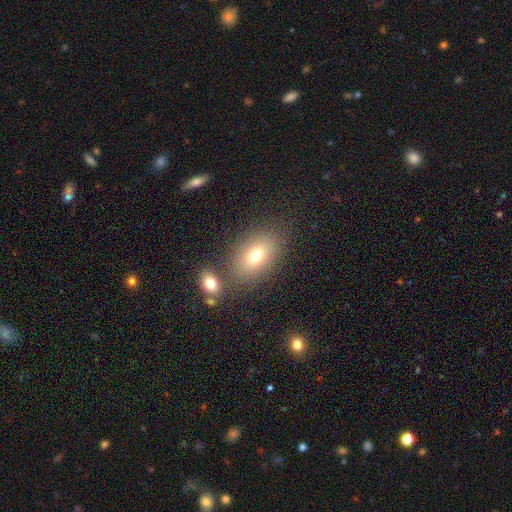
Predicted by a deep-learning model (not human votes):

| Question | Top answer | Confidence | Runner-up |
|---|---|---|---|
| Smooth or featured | smooth | 73% | featured or disk (15%) |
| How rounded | in between | 83% | round (15%) |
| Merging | none | 71% | merger (13%) |